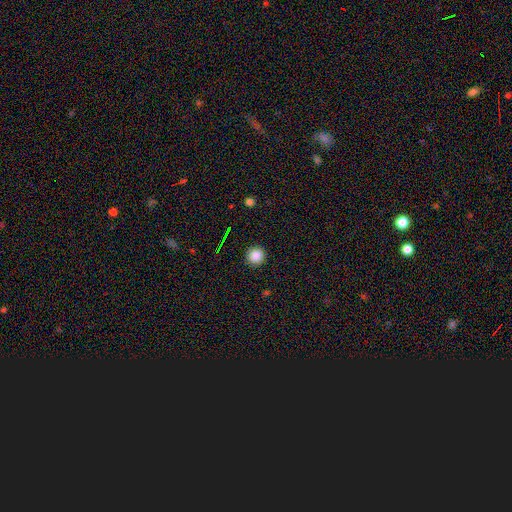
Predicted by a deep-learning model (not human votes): Overall: smooth (85%). How rounded: round (95%). Merging: none (92%).